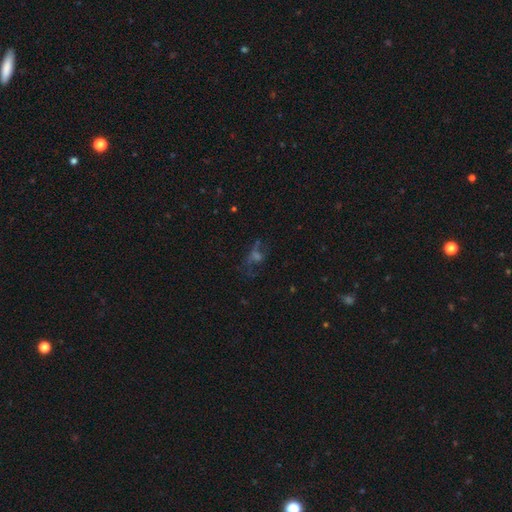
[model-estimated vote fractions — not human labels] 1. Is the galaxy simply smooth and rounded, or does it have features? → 41% star or artifact, 33% featured or disk, 26% smooth.